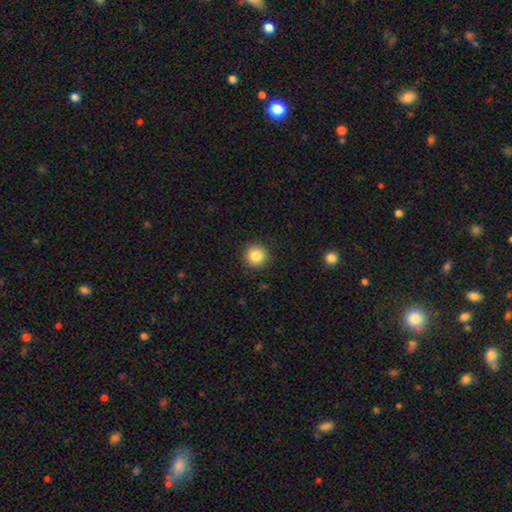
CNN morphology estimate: This is clearly a smooth galaxy (85%). How rounded: clearly round (95%). Merging: clearly none (92%).